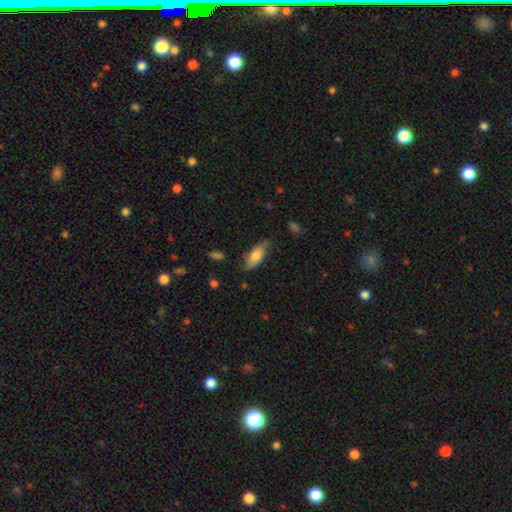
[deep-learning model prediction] Morphology: type=smooth (64%); roundness=in between (75%); merging=none (68%).